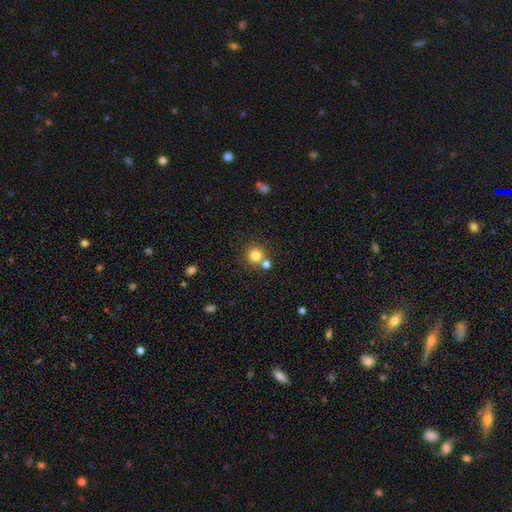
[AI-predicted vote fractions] Morphology: type=smooth (80%); roundness=round (92%); merging=none (67%).